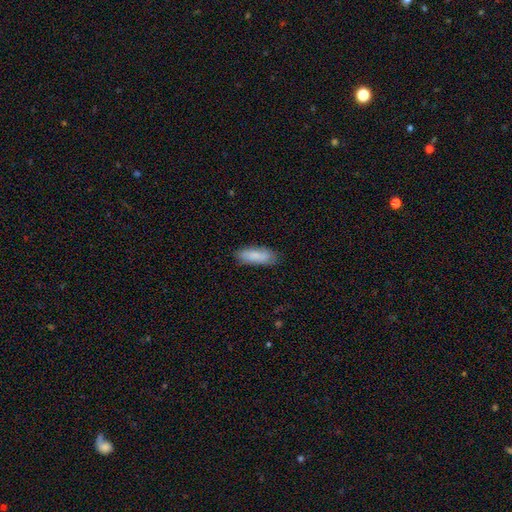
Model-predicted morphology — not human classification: Smooth or featured: smooth — 84% (featured or disk — 10%)
How rounded: in between — 64% (cigar-shaped — 34%)
Merging: none — 81% (minor disturbance — 15%)